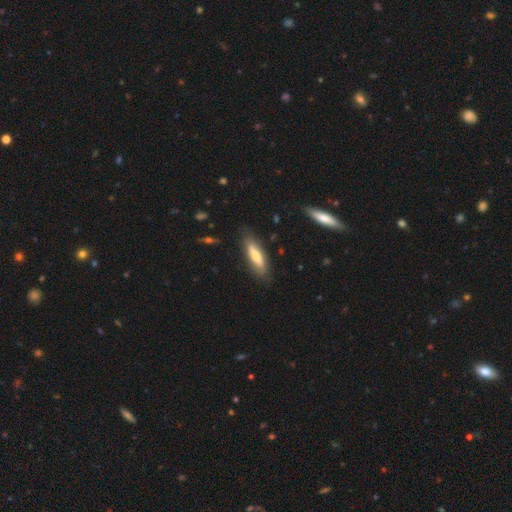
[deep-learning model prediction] smooth_or_featured: smooth (p=0.63) [alt: featured or disk p=0.31]
how_rounded: cigar-shaped (p=0.61) [alt: in between p=0.38]
merging: none (p=0.80) [alt: minor disturbance p=0.15]